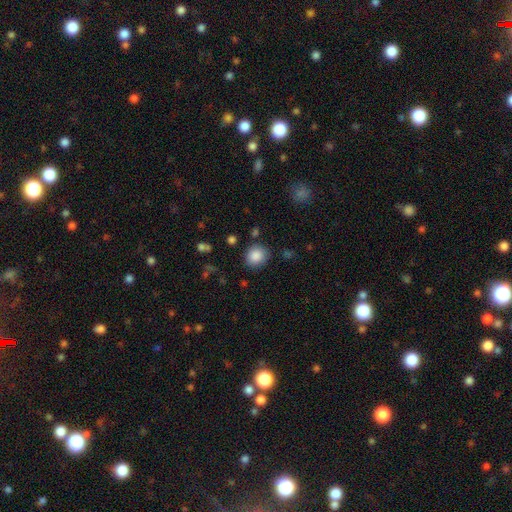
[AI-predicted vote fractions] smooth_or_featured: smooth (p=0.87) [alt: star or artifact p=0.09]
how_rounded: round (p=0.80) [alt: in between p=0.19]
merging: none (p=0.84) [alt: minor disturbance p=0.10]